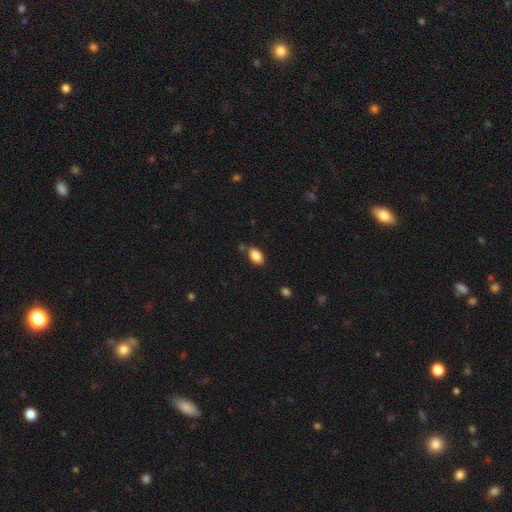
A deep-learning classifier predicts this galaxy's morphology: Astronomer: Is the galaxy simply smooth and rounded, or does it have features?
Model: smooth — 86%.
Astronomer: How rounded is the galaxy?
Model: in between — 92%.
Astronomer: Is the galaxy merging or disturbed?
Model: none — 77%.